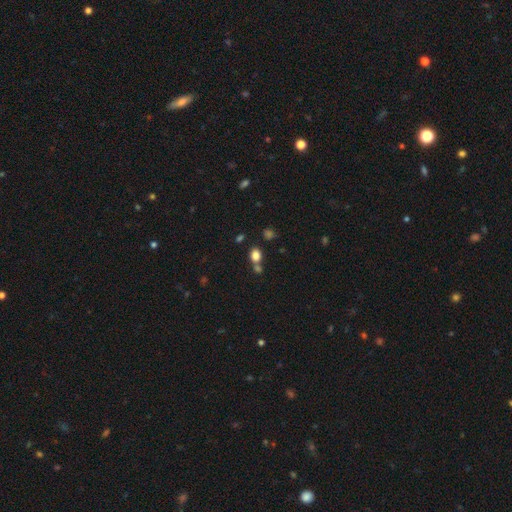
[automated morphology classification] Smooth or featured? smooth (80%)
How rounded? in between (52%)
Merging? none (58%)